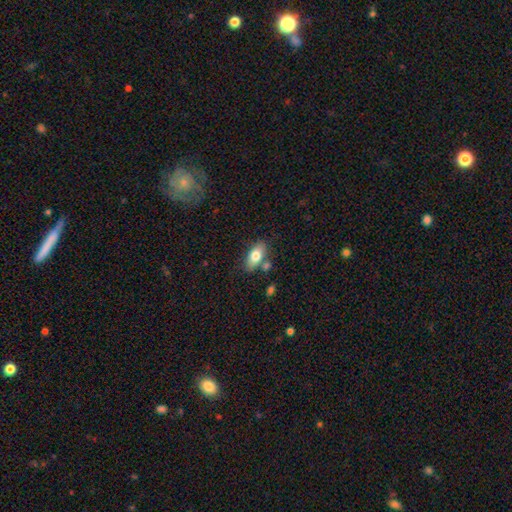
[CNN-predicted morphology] type=smooth (76%); roundness=in between (87%); merging=none (71%).